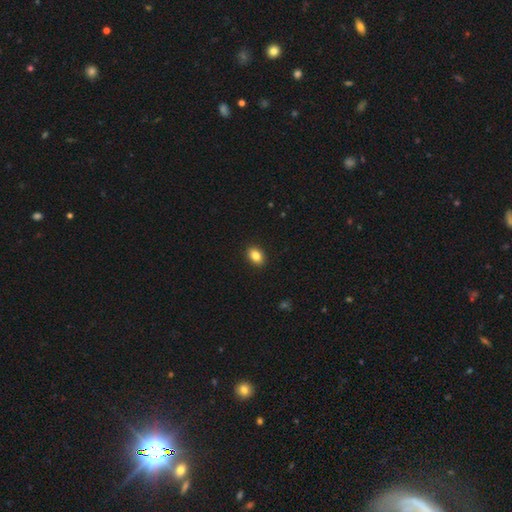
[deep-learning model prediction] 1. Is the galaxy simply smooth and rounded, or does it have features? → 85% smooth, 9% star or artifact, 6% featured or disk.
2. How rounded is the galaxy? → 78% in between, 21% round, 1% cigar-shaped.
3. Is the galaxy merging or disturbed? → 91% none, 7% minor disturbance, 2% major disturbance, 1% merger.